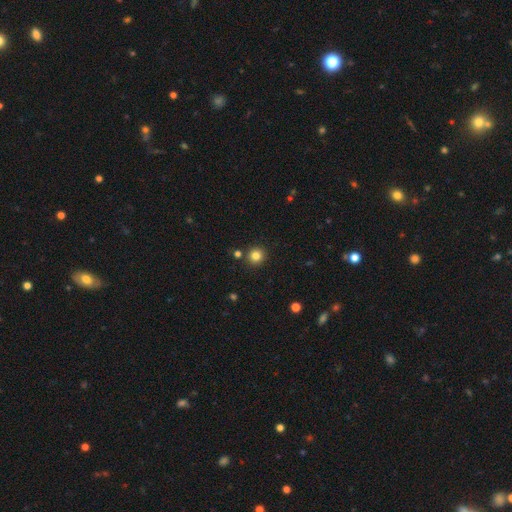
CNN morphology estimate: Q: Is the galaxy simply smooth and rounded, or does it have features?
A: smooth — 83%.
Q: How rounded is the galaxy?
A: round — 93%.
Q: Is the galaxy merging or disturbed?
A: none — 87%.